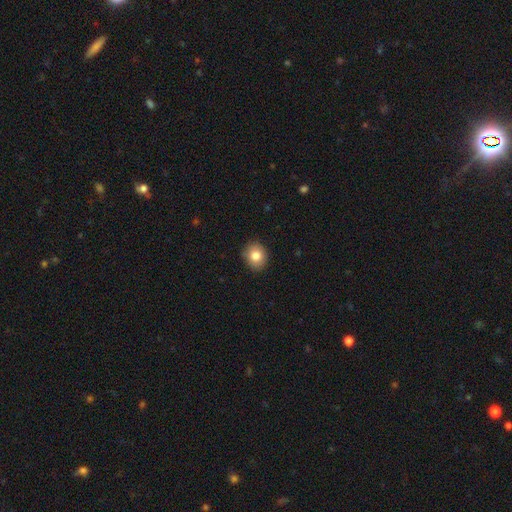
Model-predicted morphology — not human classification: smooth 83%, star or artifact 9%, featured or disk 8%. Down the decision tree: how rounded — round (69%); merging — none (89%).